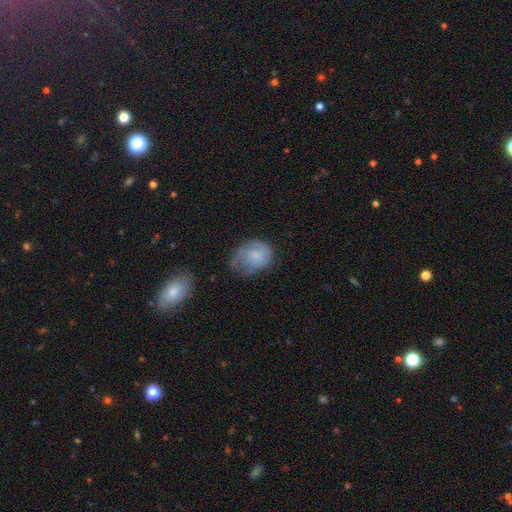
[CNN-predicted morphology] Q: Smooth or featured?
A: smooth (58%); runner-up: featured or disk (34%)
Q: How rounded?
A: round (53%); runner-up: in between (46%)
Q: Merging?
A: none (37%); runner-up: minor disturbance (35%)